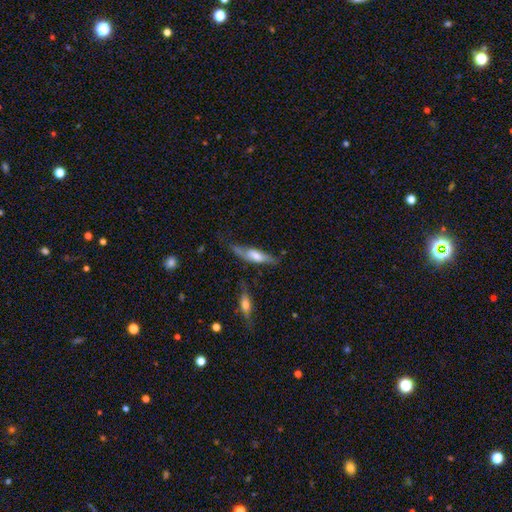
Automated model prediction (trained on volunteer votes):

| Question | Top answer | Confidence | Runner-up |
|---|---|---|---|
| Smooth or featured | smooth | 53% | featured or disk (41%) |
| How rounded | cigar-shaped | 59% | in between (39%) |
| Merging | none | 52% | minor disturbance (29%) |